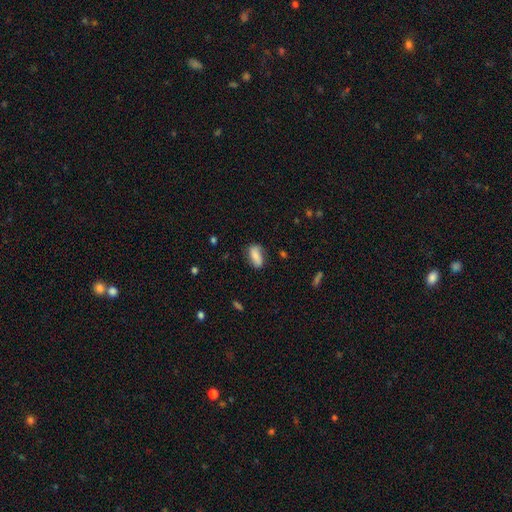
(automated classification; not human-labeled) Overall: smooth (72%). How rounded: in between (84%). Merging: none (69%).